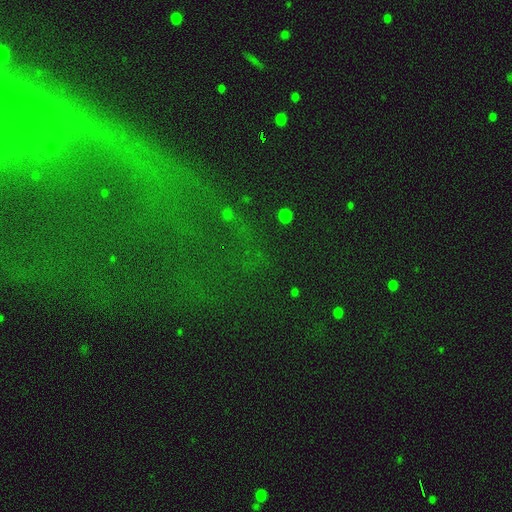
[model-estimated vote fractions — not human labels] A star or artifact, not a galaxy (64%).

Vote fractions:
- Smooth or featured? star or artifact: 64% / featured or disk: 22% / smooth: 14%